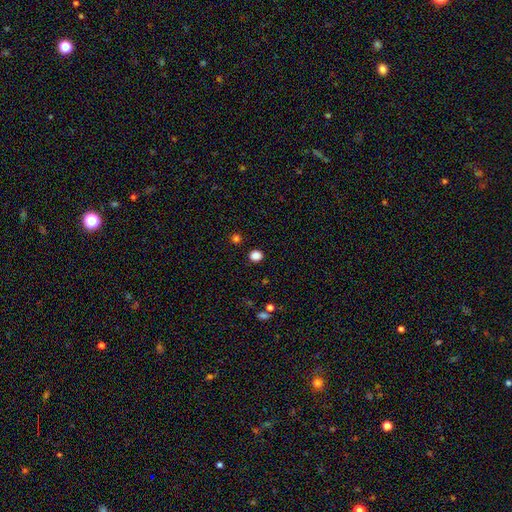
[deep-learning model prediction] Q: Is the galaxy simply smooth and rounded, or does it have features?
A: smooth — 84%.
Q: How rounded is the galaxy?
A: round — 82%.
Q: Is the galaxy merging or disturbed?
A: none — 91%.